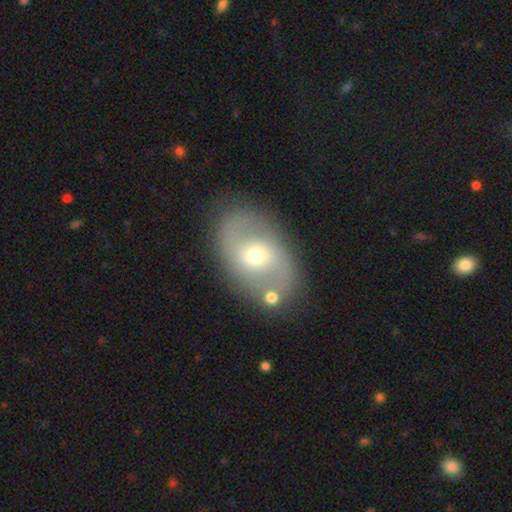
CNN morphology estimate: This appears to be a featured or disk galaxy (58%) with no bar (51%), spiral arms (61%) and a moderate central bulge (49%). Merging: none (78%).